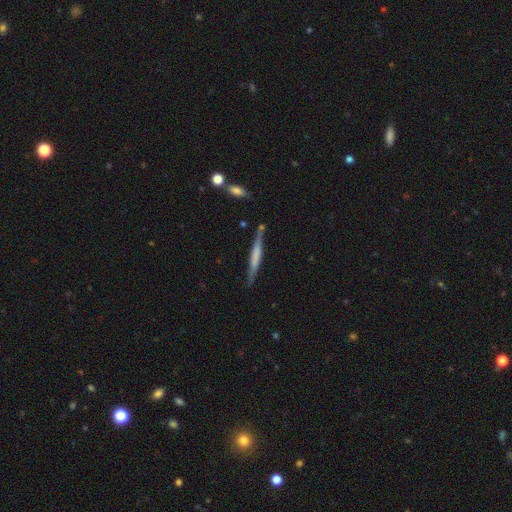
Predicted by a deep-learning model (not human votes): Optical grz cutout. It shows a featured or disk galaxy (51%) viewed edge-on (95%). Merging: none (78%).